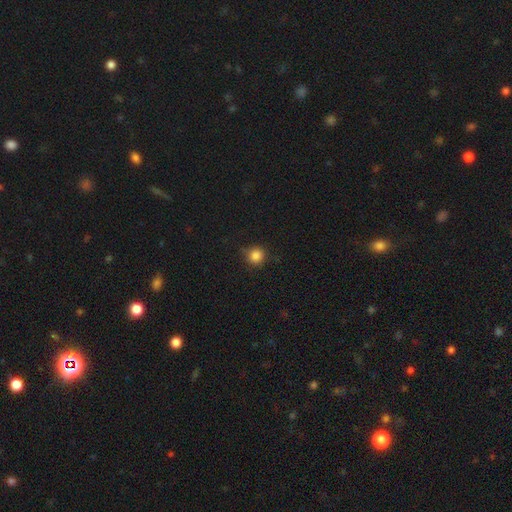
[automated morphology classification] smooth-or-featured: smooth: 85% | star or artifact: 11% | featured or disk: 4%
  how-rounded: round: 94% | in between: 5% | cigar-shaped: 1%
  merging: none: 83% | minor disturbance: 13% | major disturbance: 3% | merger: 2%